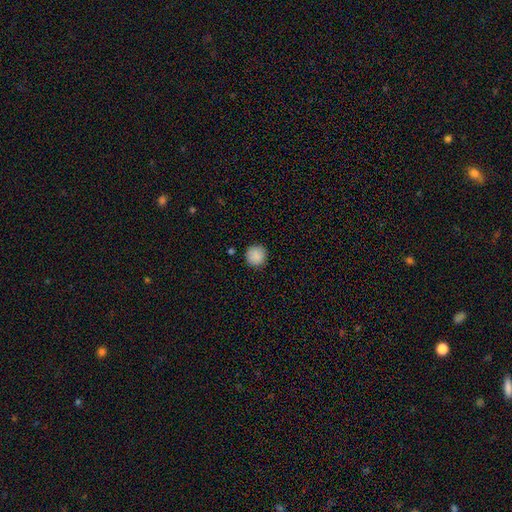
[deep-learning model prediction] Overall: smooth (88%). How rounded: round (95%). Merging: none (90%).